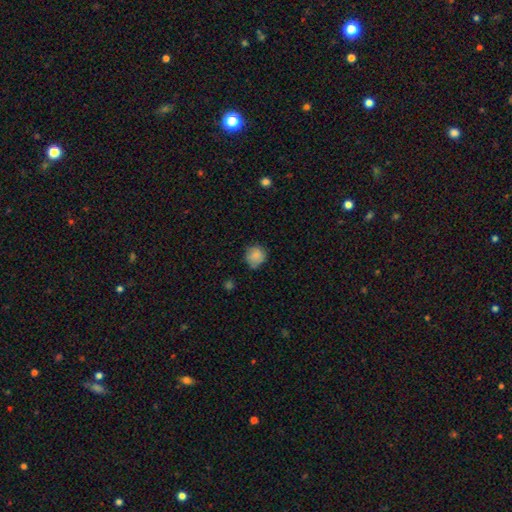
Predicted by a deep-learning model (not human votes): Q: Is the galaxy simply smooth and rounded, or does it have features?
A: smooth — 84%.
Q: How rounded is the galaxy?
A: round — 87%.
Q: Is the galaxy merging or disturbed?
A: none — 71%.